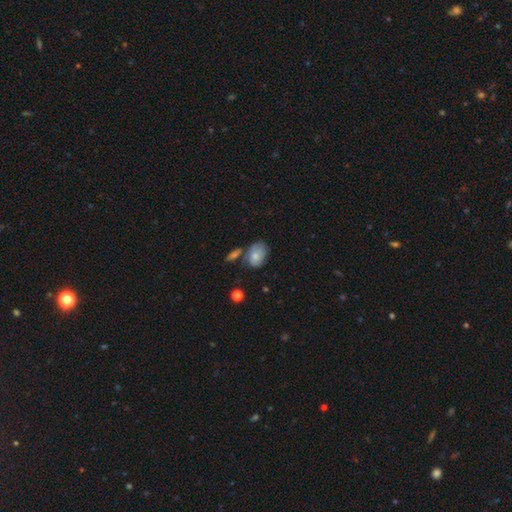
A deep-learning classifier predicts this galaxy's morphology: smooth_or_featured: smooth (p=0.67) [alt: featured or disk p=0.25]
how_rounded: in between (p=0.74) [alt: round p=0.25]
merging: none (p=0.48) [alt: minor disturbance p=0.26]